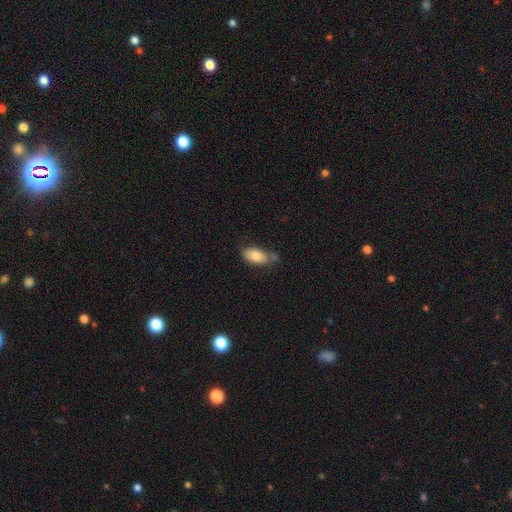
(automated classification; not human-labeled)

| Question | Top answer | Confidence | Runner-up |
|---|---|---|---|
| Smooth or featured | smooth | 76% | featured or disk (17%) |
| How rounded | in between | 91% | cigar-shaped (5%) |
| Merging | none | 54% | minor disturbance (29%) |